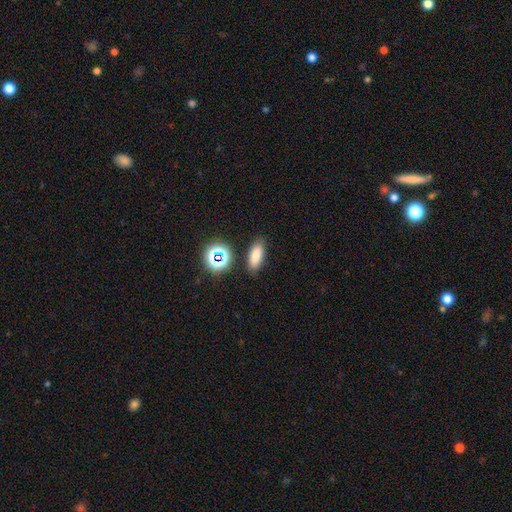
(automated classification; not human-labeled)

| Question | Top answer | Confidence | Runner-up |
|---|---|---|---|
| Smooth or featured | smooth | 77% | star or artifact (14%) |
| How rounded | in between | 76% | cigar-shaped (17%) |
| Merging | none | 84% | minor disturbance (10%) |